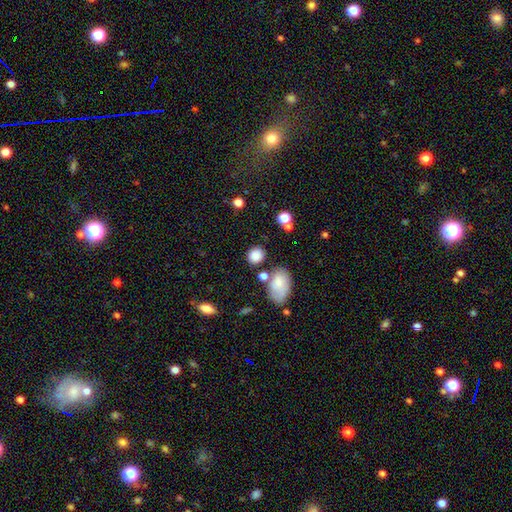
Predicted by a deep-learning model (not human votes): A smooth galaxy with no disk features (83%) that is round (68%). Merging: none (73%).